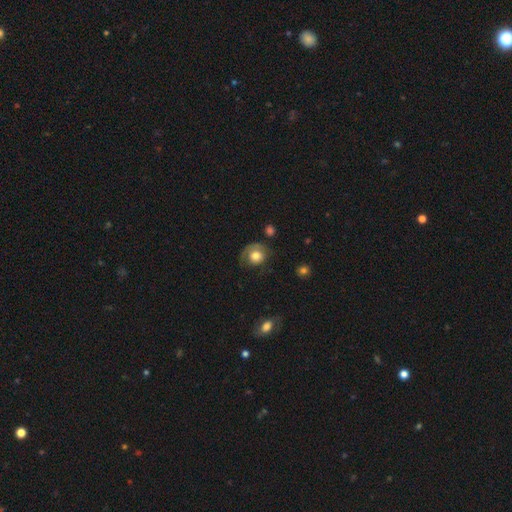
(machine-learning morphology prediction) Smooth or featured? Predicted: smooth (p=0.59). How rounded? Predicted: round (p=0.70). Merging? Predicted: none (p=0.53).